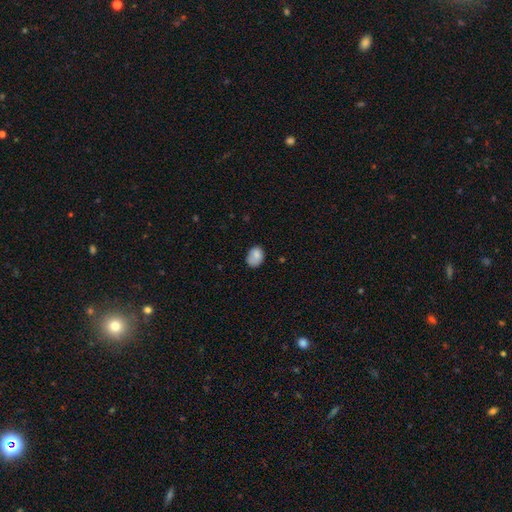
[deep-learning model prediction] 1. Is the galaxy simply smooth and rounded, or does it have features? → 82% smooth, 9% featured or disk, 9% star or artifact.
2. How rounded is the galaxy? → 65% in between, 34% round, 1% cigar-shaped.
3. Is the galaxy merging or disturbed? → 61% none, 29% minor disturbance, 8% major disturbance, 2% merger.